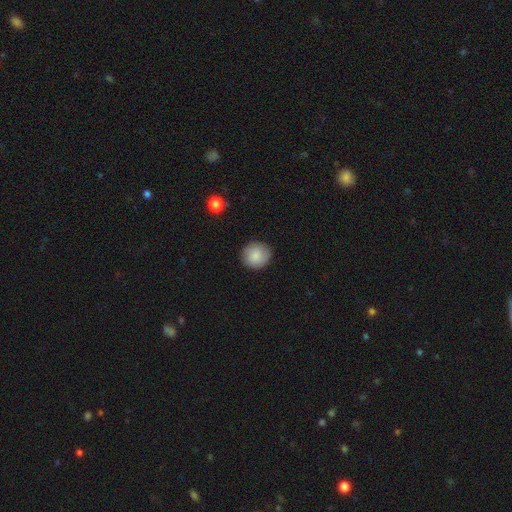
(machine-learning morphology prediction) Q: Smooth or featured?
A: smooth (87%); runner-up: star or artifact (7%)
Q: How rounded?
A: round (89%); runner-up: in between (11%)
Q: Merging?
A: none (88%); runner-up: minor disturbance (9%)